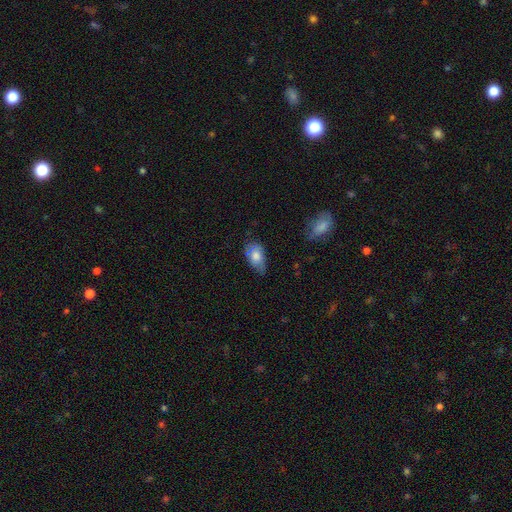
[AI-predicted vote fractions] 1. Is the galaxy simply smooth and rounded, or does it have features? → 65% smooth, 27% featured or disk, 8% star or artifact.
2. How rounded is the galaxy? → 89% in between, 8% round, 3% cigar-shaped.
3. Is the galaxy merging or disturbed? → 52% none, 35% minor disturbance, 11% major disturbance, 2% merger.